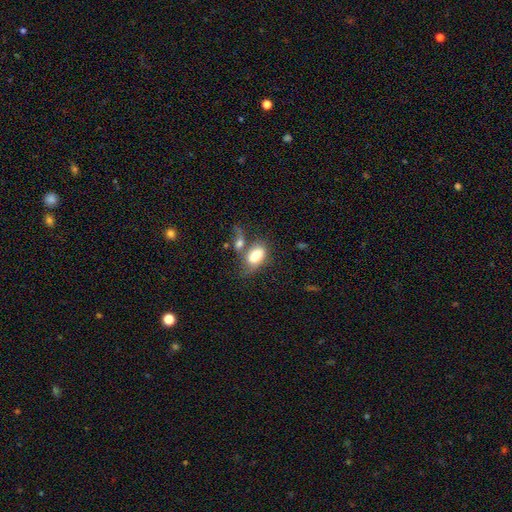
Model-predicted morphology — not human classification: This is likely a smooth galaxy (74%). How rounded: clearly in between (88%). Merging: marginally merger (39%).